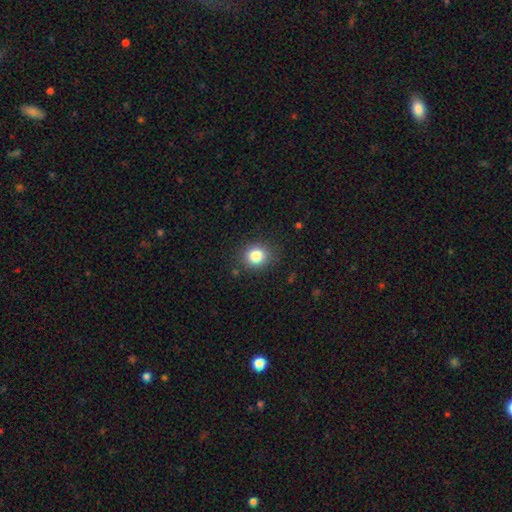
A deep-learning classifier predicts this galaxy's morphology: smooth_or_featured: smooth (p=0.83) [alt: star or artifact p=0.11]
how_rounded: round (p=0.79) [alt: in between p=0.20]
merging: none (p=0.86) [alt: minor disturbance p=0.10]